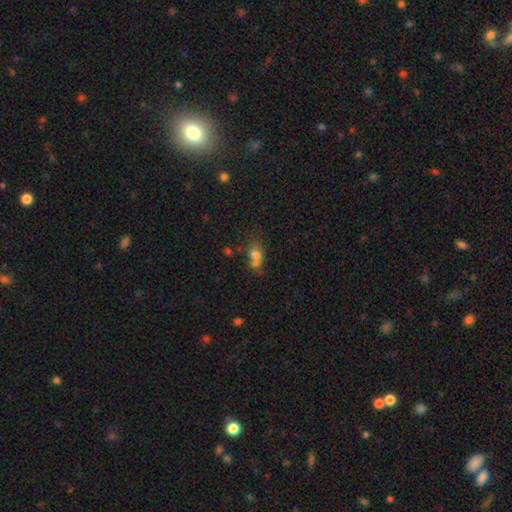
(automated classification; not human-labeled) Smooth or featured? Predicted: smooth (p=0.64). How rounded? Predicted: in between (p=0.63). Merging? Predicted: merger (p=0.50).